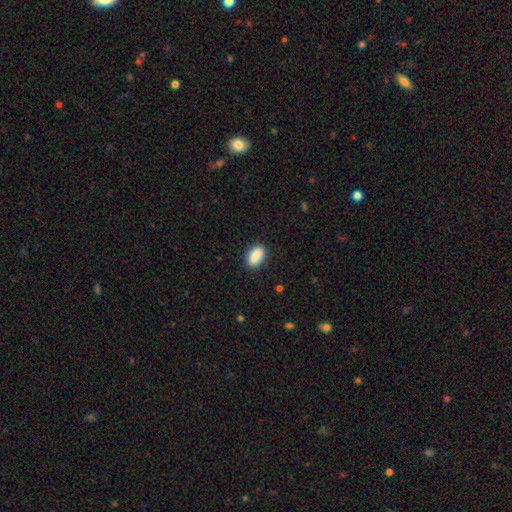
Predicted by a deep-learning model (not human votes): Smooth or featured?
  - smooth: 89% *
  - star or artifact: 7%
  - featured or disk: 4%
How rounded?
  - in between: 90% *
  - round: 6%
  - cigar-shaped: 5%
Merging?
  - none: 87% *
  - minor disturbance: 10%
  - major disturbance: 2%
  - merger: 1%